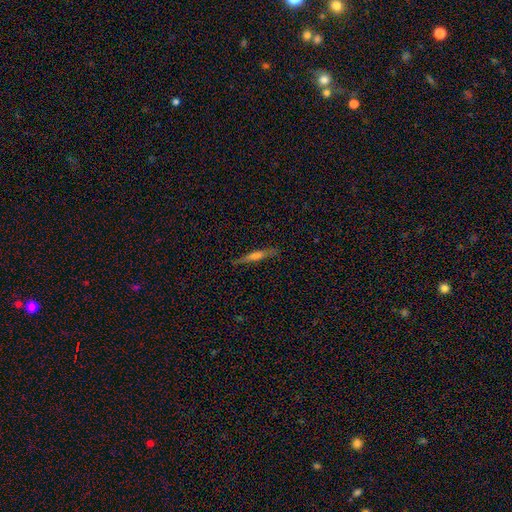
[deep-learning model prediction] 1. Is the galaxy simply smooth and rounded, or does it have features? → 58% featured or disk, 35% smooth, 8% star or artifact.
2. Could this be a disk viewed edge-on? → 96% yes, 4% no.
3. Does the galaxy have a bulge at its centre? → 63% rounded, 20% none, 16% boxy.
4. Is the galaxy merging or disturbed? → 87% none, 10% minor disturbance, 2% major disturbance, 1% merger.